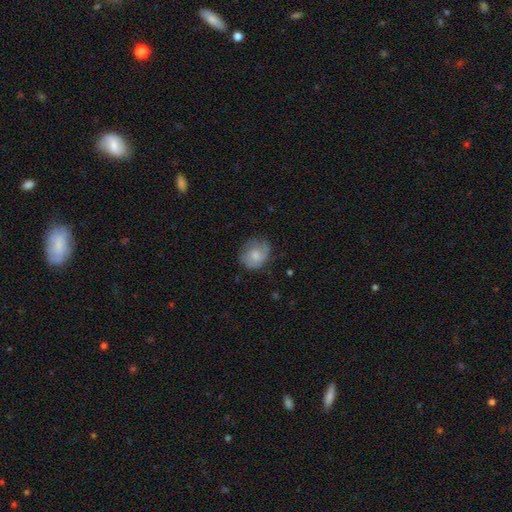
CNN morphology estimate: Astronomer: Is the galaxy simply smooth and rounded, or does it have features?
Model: smooth — 51% (runner-up: featured or disk, 42%).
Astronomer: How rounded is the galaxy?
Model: round — 71%.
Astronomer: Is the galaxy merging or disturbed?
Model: none — 65%.